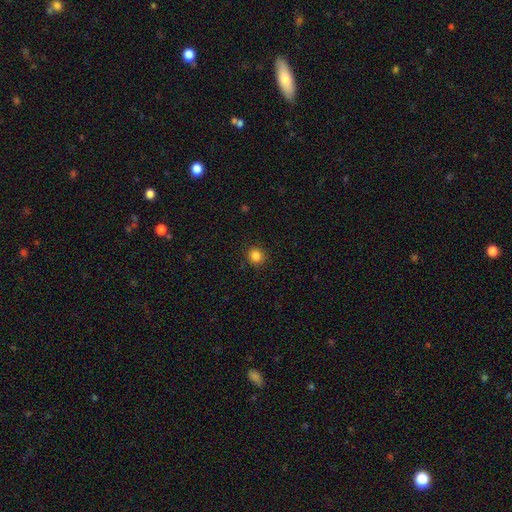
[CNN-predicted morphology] Smooth or featured? Predicted: smooth (p=0.85). How rounded? Predicted: round (p=0.89). Merging? Predicted: none (p=0.90).